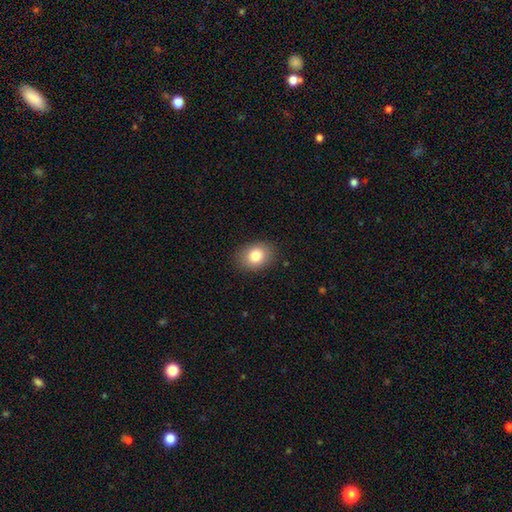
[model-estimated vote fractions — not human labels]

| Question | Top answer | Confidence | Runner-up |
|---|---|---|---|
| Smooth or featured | smooth | 82% | star or artifact (10%) |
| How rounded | in between | 60% | round (39%) |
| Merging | none | 87% | minor disturbance (9%) |